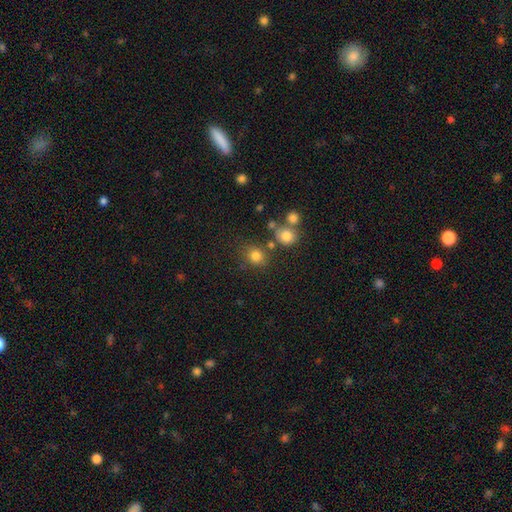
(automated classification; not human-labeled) A smooth galaxy with no disk features (79%) that is round (79%). Merging: none (74%).